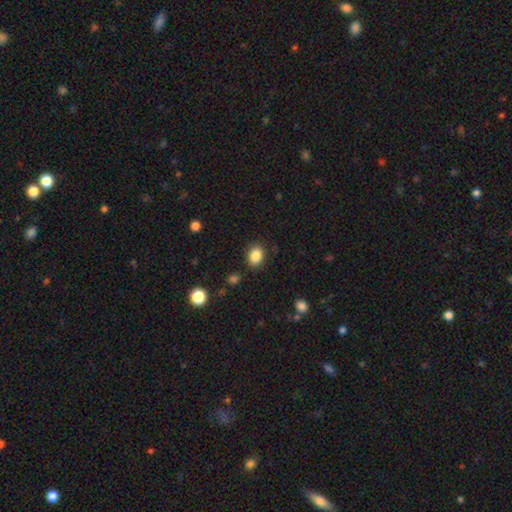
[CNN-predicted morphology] Smooth or featured: smooth — 86% (star or artifact — 10%)
How rounded: in between — 57% (round — 42%)
Merging: none — 87% (minor disturbance — 9%)